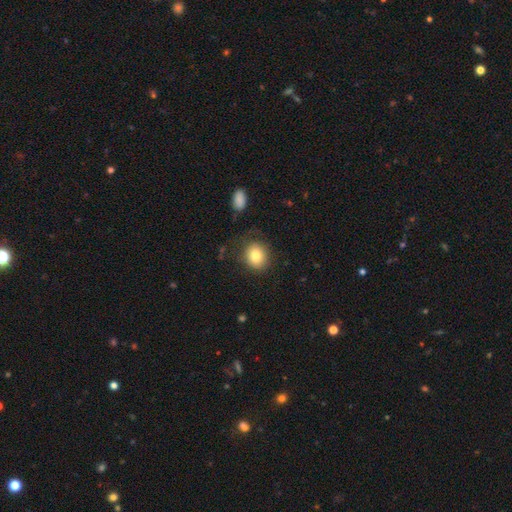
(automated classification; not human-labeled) Morphology: type=smooth (80%); roundness=round (72%); merging=none (78%).